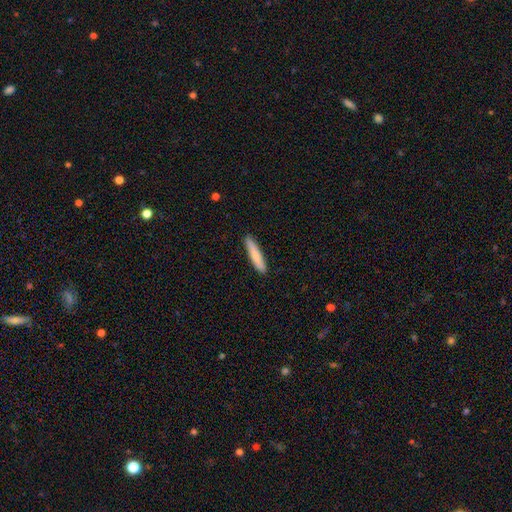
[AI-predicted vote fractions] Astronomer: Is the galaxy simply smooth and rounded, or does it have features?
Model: smooth — 76%.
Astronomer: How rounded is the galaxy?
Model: cigar-shaped — 91%.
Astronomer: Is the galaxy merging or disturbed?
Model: none — 90%.